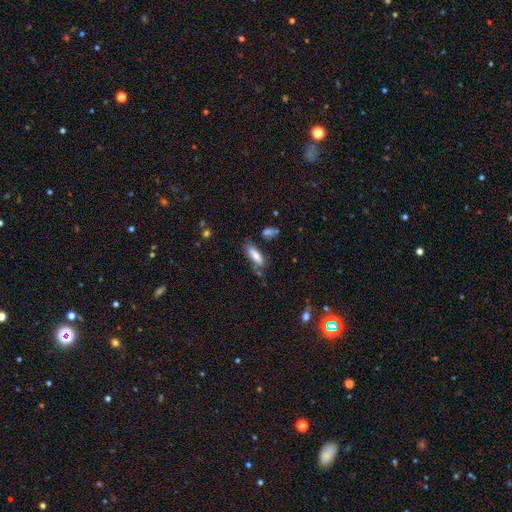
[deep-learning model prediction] A smooth galaxy with no disk features (77%) that is cigar-shaped (51%). Merging: none (65%).